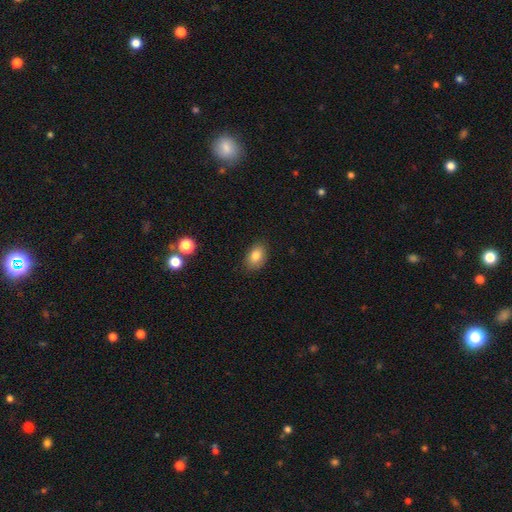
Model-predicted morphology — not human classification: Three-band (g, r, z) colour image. It shows a smooth galaxy with no disk features (83%) that is in between round and cigar-shaped (85%). Merging: none (84%).